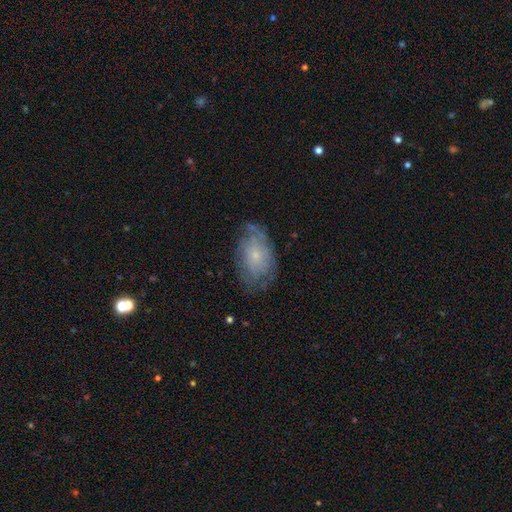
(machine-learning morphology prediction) Smooth or featured: featured or disk — 46% (tied with smooth — 46%)
Merging: none — 58% (minor disturbance — 28%)